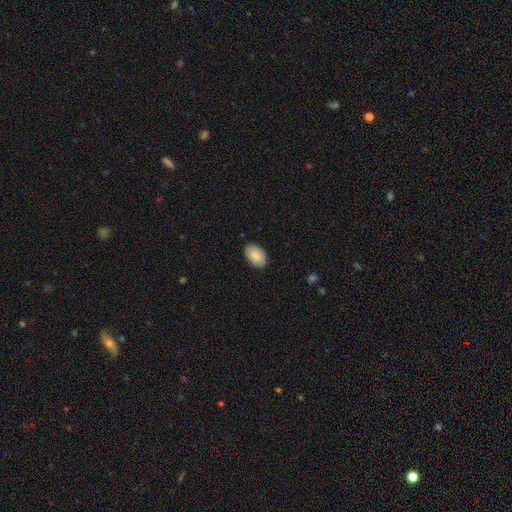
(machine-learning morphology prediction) A smooth galaxy with no disk features (83%) that is in between round and cigar-shaped (92%).

Vote fractions:
- Smooth or featured? smooth: 83% / featured or disk: 11% / star or artifact: 6%
- How rounded? in between: 92% / round: 7% / cigar-shaped: 1%
- Merging? none: 85% / minor disturbance: 12% / major disturbance: 2% / merger: 1%